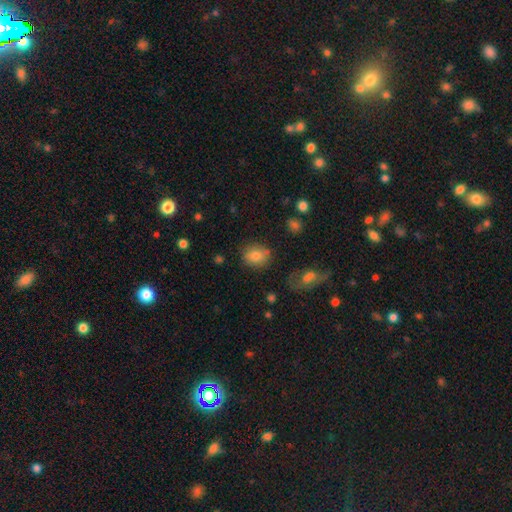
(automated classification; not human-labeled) Overall: smooth (80%). How rounded: round (59%; in between 40%). Merging: none (79%).